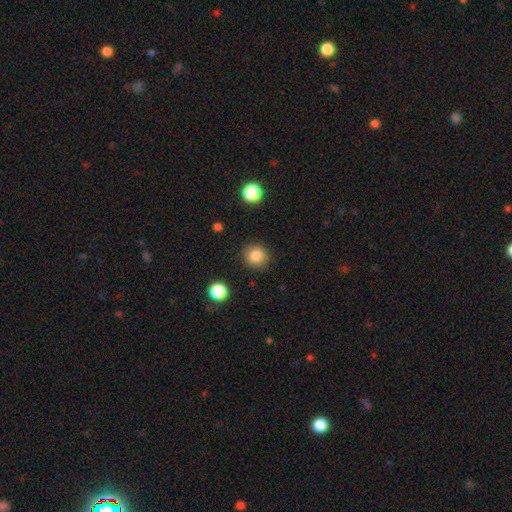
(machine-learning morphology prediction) The model was most divided on "smooth or featured": smooth: 84%, star or artifact: 11%, featured or disk: 5%. More confident: merging — none (89%); how rounded — round (89%).